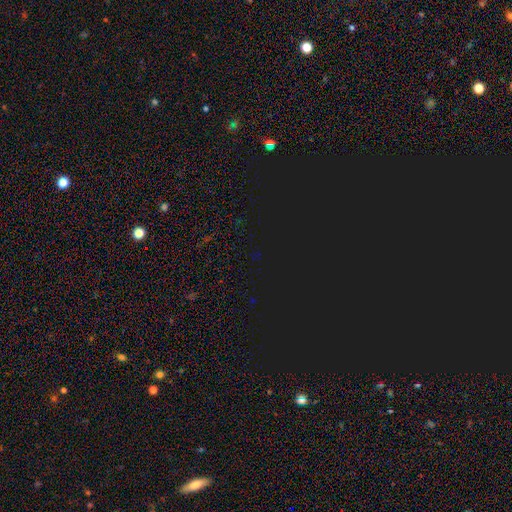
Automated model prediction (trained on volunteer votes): Q: Smooth or featured?
A: star or artifact (82%); runner-up: smooth (12%)